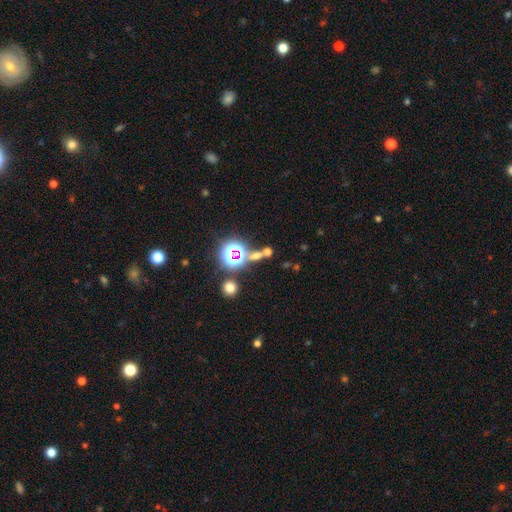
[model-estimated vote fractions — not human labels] The model was most divided on "smooth or featured": star or artifact: 45%, smooth: 41%, featured or disk: 14%.